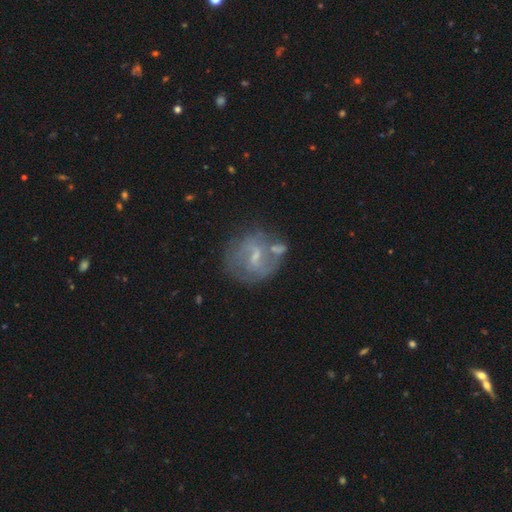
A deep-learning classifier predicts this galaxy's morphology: A featured or disk galaxy (65%) with a weak bar (56%), spiral arms (60%) and a small central bulge (63%). Merging: none (52%).